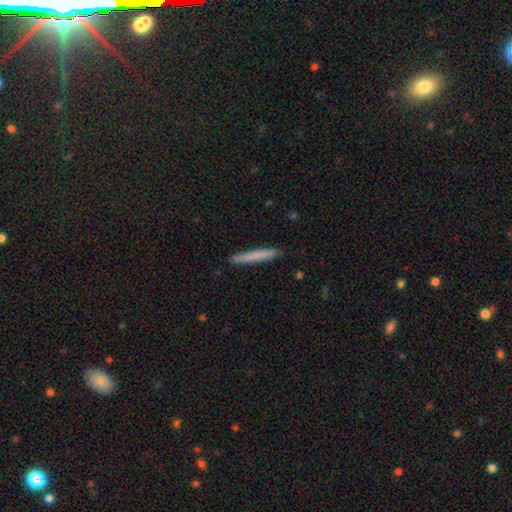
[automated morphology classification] Q: Smooth or featured?
A: smooth (74%); runner-up: featured or disk (21%)
Q: How rounded?
A: cigar-shaped (97%); runner-up: in between (2%)
Q: Merging?
A: none (91%); runner-up: minor disturbance (6%)